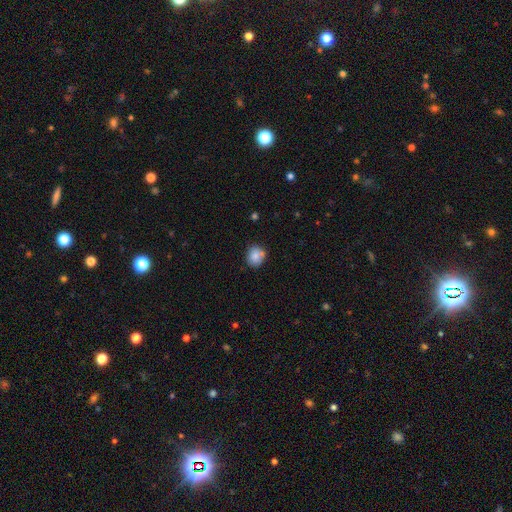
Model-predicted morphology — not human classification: smooth_or_featured: smooth (p=0.80) [alt: featured or disk p=0.10]
how_rounded: round (p=0.71) [alt: in between p=0.28]
merging: none (p=0.68) [alt: minor disturbance p=0.16]